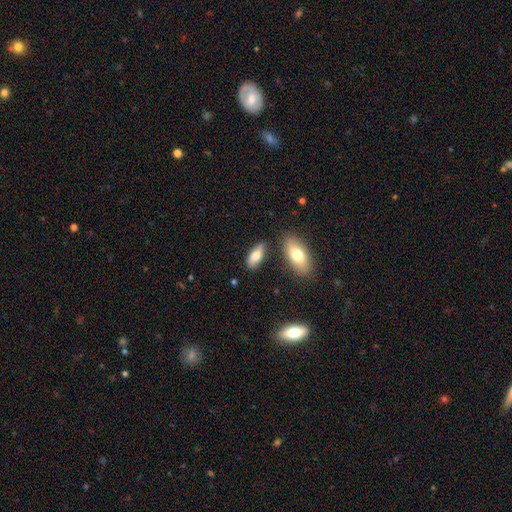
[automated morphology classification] Smooth or featured?
  - smooth: 75% *
  - featured or disk: 18%
  - star or artifact: 7%
How rounded?
  - in between: 78% *
  - cigar-shaped: 19%
  - round: 3%
Merging?
  - none: 77% *
  - minor disturbance: 13%
  - merger: 6%
  - major disturbance: 3%